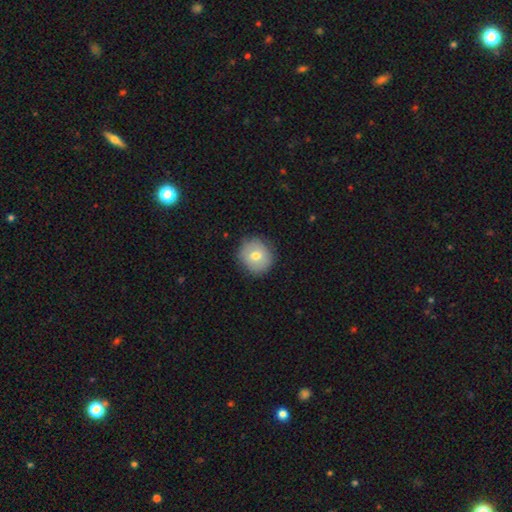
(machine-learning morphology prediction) A smooth galaxy with no disk features (67%) that is round (87%). Merging: none (84%).